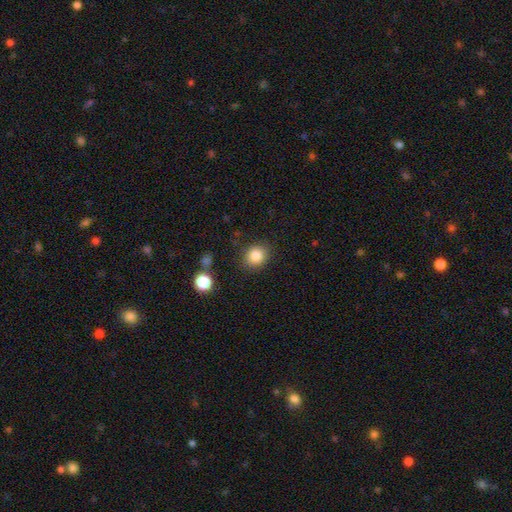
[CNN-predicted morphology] The model was most divided on "how rounded": round: 73%, in between: 26%, cigar-shaped: 1%. More confident: smooth or featured — smooth (86%); merging — none (85%).